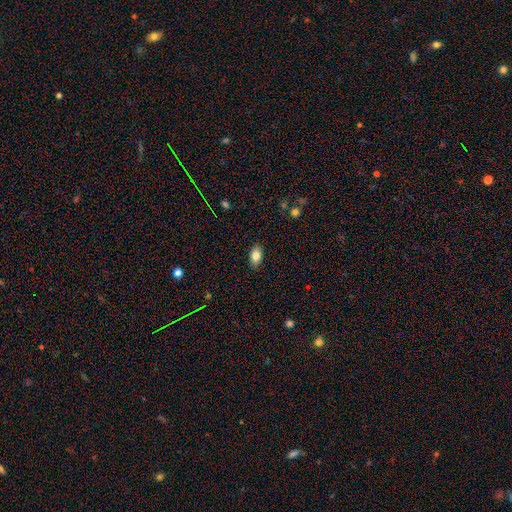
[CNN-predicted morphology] smooth_or_featured: smooth (p=0.82) [alt: featured or disk p=0.10]
how_rounded: in between (p=0.91) [alt: round p=0.06]
merging: none (p=0.88) [alt: minor disturbance p=0.09]